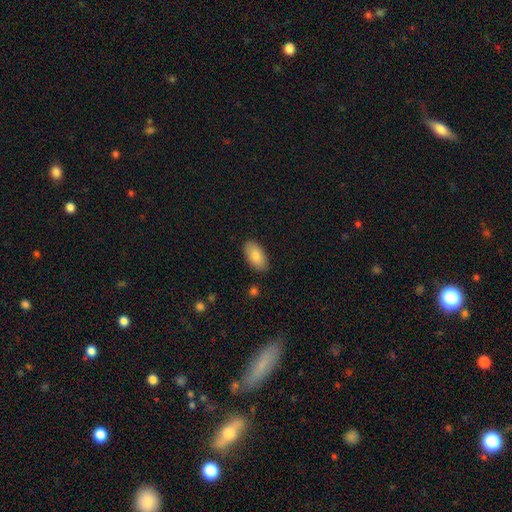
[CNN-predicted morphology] Q: Smooth or featured?
A: smooth (81%); runner-up: featured or disk (13%)
Q: How rounded?
A: in between (94%); runner-up: round (3%)
Q: Merging?
A: none (87%); runner-up: minor disturbance (9%)